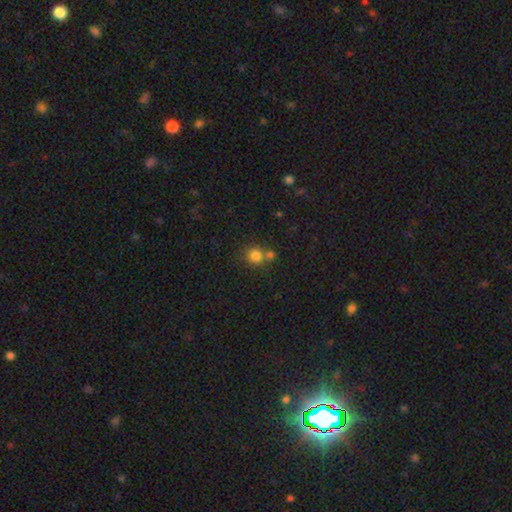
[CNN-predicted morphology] Smooth or featured? smooth (80%)
How rounded? round (86%)
Merging? none (55%)